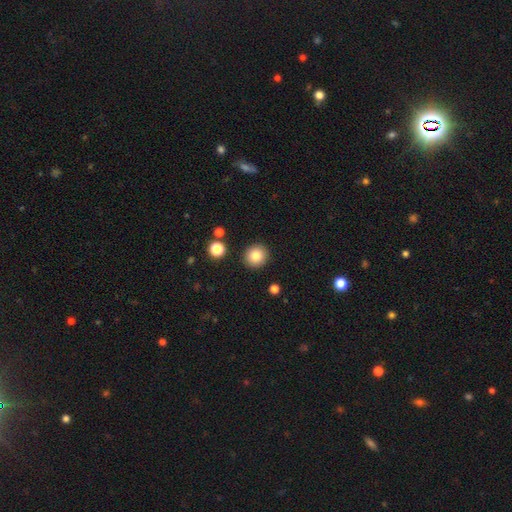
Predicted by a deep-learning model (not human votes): Smooth or featured? smooth (83%)
How rounded? round (93%)
Merging? none (91%)